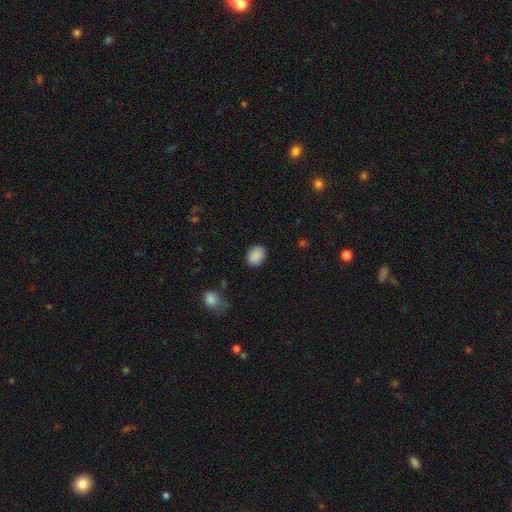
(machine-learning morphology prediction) Smooth or featured: smooth — 89% (star or artifact — 8%)
How rounded: in between — 64% (round — 35%)
Merging: none — 85% (minor disturbance — 11%)